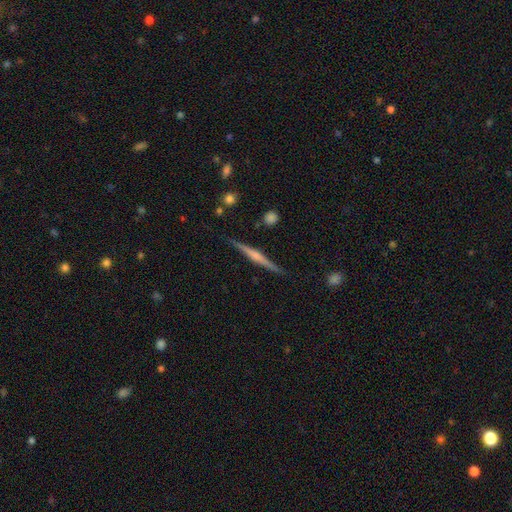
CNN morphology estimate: The model was most divided on "edge-on bulge": rounded: 62%, none: 22%, boxy: 16%. More confident: edge-on disk — yes (98%); merging — none (88%); smooth or featured — featured or disk (71%).